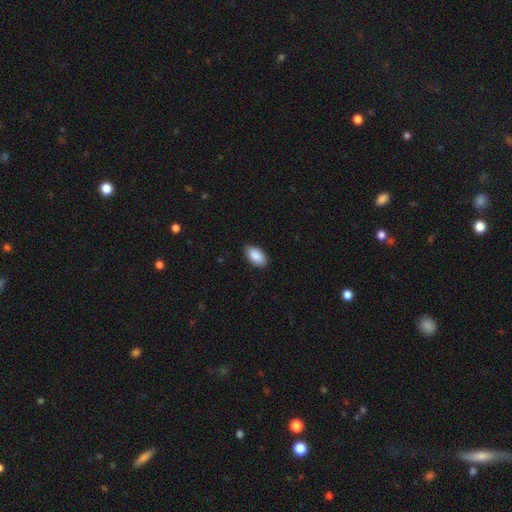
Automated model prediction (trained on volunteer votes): smooth 90%, star or artifact 6%, featured or disk 4%. Down the decision tree: how rounded — in between (95%); merging — none (86%).